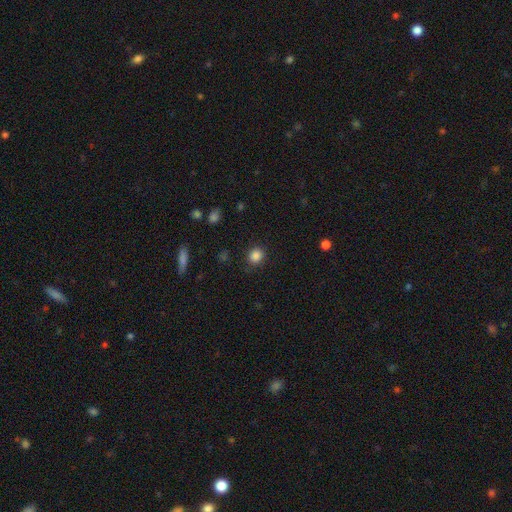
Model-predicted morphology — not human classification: smooth_or_featured: smooth (p=0.86) [alt: star or artifact p=0.11]
how_rounded: round (p=0.80) [alt: in between p=0.19]
merging: none (p=0.86) [alt: minor disturbance p=0.10]